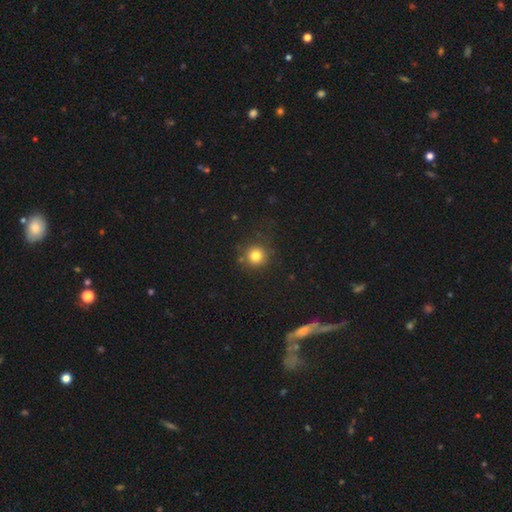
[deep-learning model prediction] The model was most divided on "smooth or featured": smooth: 81%, star or artifact: 13%, featured or disk: 6%. More confident: how rounded — round (94%); merging — none (84%).